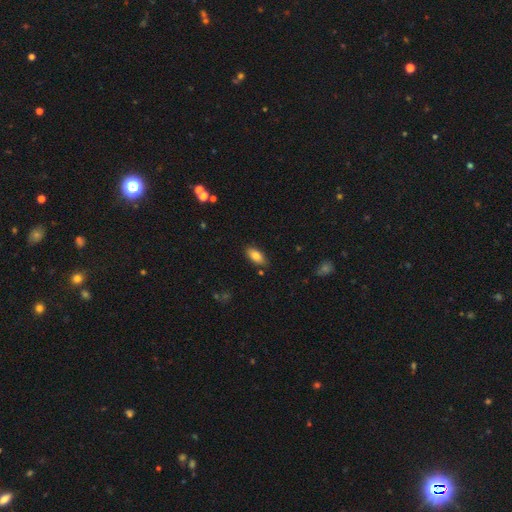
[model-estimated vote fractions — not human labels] Overall: smooth (83%). How rounded: in between (90%). Merging: none (84%).